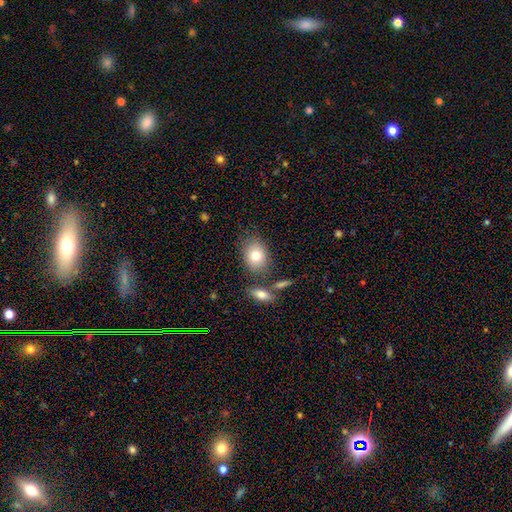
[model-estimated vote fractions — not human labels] smooth 78%, featured or disk 13%, star or artifact 9%. Down the decision tree: how rounded — in between (71%); merging — none (73%).